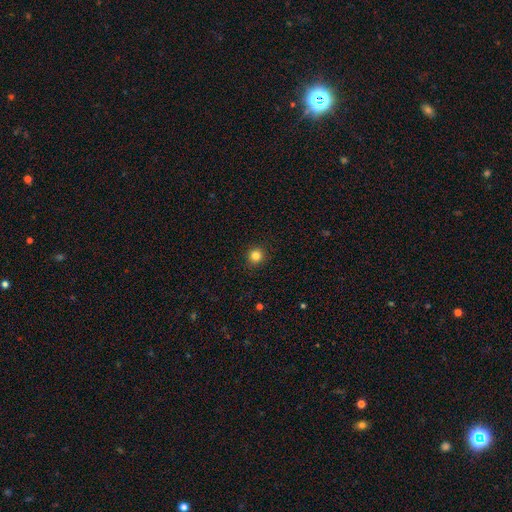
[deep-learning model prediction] Smooth or featured? smooth (83%)
How rounded? round (95%)
Merging? none (93%)